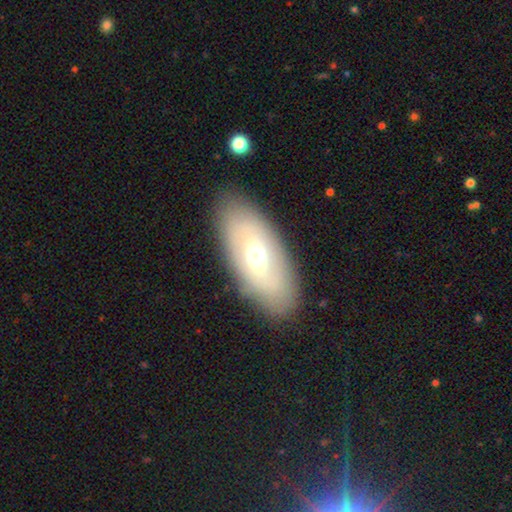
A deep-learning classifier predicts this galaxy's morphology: smooth-or-featured: featured or disk: 53% | smooth: 40% | star or artifact: 7%
  disk-edge-on: no: 82% | yes: 18%
  merging: none: 85% | minor disturbance: 10% | major disturbance: 3% | merger: 1%